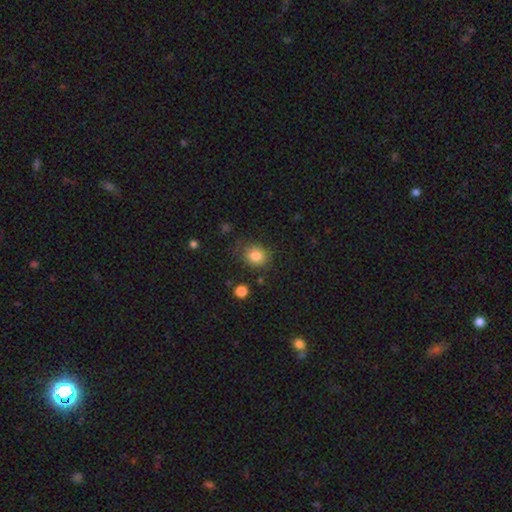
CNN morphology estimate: Q: Smooth or featured?
A: smooth (83%); runner-up: star or artifact (10%)
Q: How rounded?
A: round (69%); runner-up: in between (30%)
Q: Merging?
A: none (76%); runner-up: minor disturbance (16%)